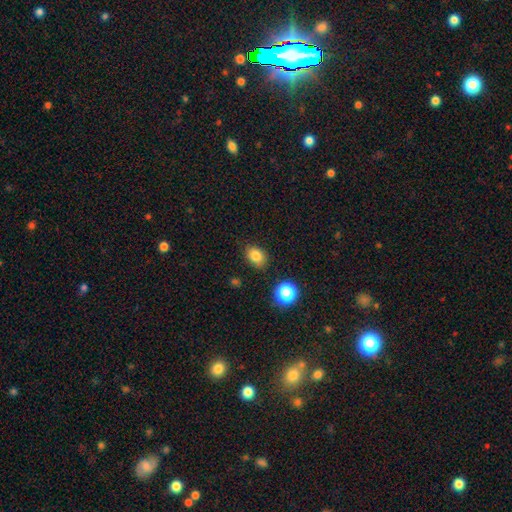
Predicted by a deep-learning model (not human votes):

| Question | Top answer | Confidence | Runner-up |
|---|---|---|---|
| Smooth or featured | smooth | 82% | star or artifact (12%) |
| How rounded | in between | 62% | round (37%) |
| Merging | none | 80% | minor disturbance (14%) |